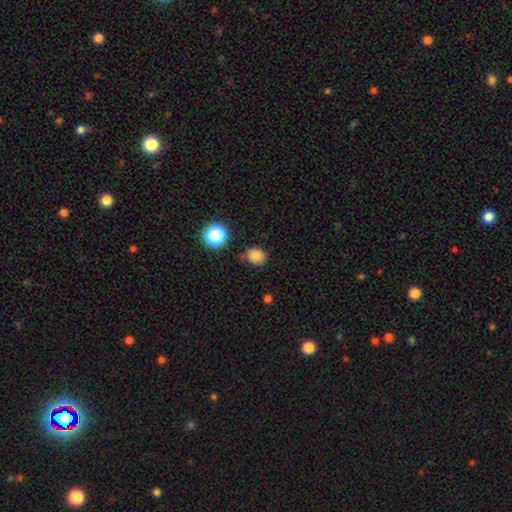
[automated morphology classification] smooth-or-featured: smooth: 81% | star or artifact: 14% | featured or disk: 6%
  how-rounded: round: 66% | in between: 33% | cigar-shaped: 1%
  merging: none: 75% | minor disturbance: 17% | merger: 4% | major disturbance: 4%